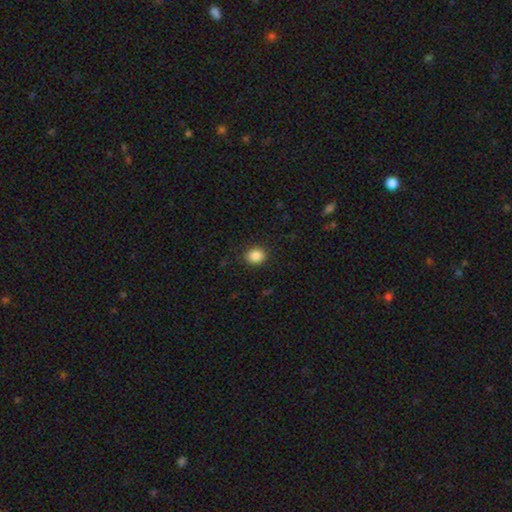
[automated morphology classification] This is clearly a smooth galaxy (87%). How rounded: likely round (64%). Merging: clearly none (89%).